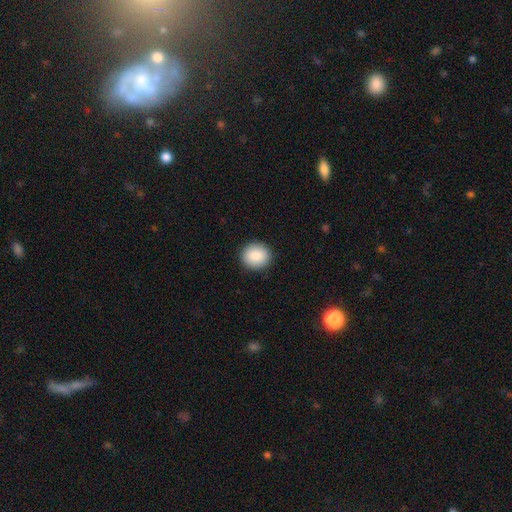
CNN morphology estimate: Smooth or featured?
  - smooth: 87% *
  - star or artifact: 7%
  - featured or disk: 5%
How rounded?
  - round: 84% *
  - in between: 15%
  - cigar-shaped: 1%
Merging?
  - none: 92% *
  - minor disturbance: 6%
  - major disturbance: 2%
  - merger: 1%